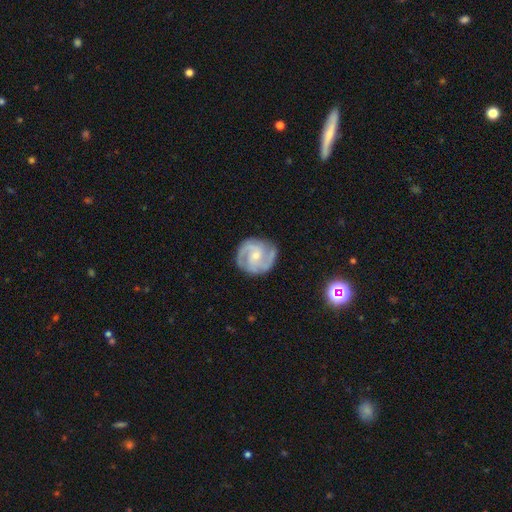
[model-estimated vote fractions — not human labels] A featured or disk galaxy (85%) with no bar (47%), 2 (68%) medium (51%) spiral arms (97%) and a small central bulge (62%).

Vote fractions:
- Smooth or featured? featured or disk: 85% / smooth: 10% / star or artifact: 5%
- Edge-on disk? no: 98% / yes: 2%
- Bar? no: 47% / weak: 41% / strong: 11%
- Spiral arms? yes: 97% / no: 3%
- Spiral winding? medium: 51% / tight: 37% / loose: 12%
- Spiral arm count? 2: 68% / 3: 18% / can't tell: 7% / 4: 3% / 1: 3% / more than 4: 2%
- Bulge size? small: 62% / moderate: 34% / none: 2% / large: 1% / dominant: 1%
- Merging? none: 82% / minor disturbance: 13% / major disturbance: 4% / merger: 1%